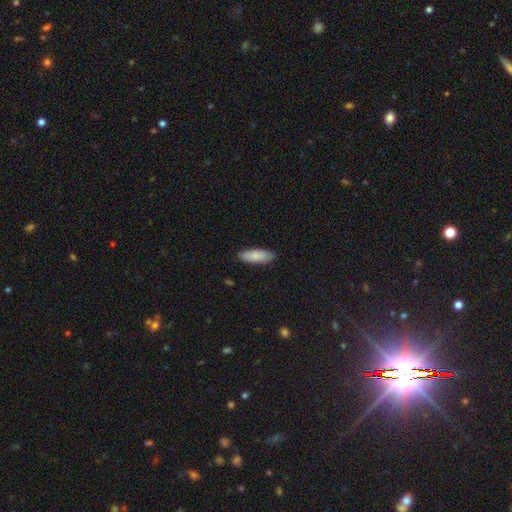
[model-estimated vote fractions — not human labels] Smooth or featured? Predicted: smooth (p=0.85). How rounded? Predicted: in between (p=0.61). Merging? Predicted: none (p=0.88).